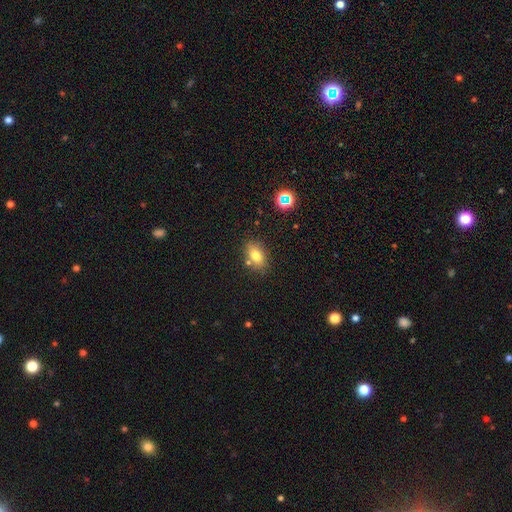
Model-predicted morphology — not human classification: Q: Smooth or featured?
A: smooth (75%); runner-up: star or artifact (13%)
Q: How rounded?
A: in between (80%); runner-up: round (17%)
Q: Merging?
A: none (76%); runner-up: minor disturbance (12%)